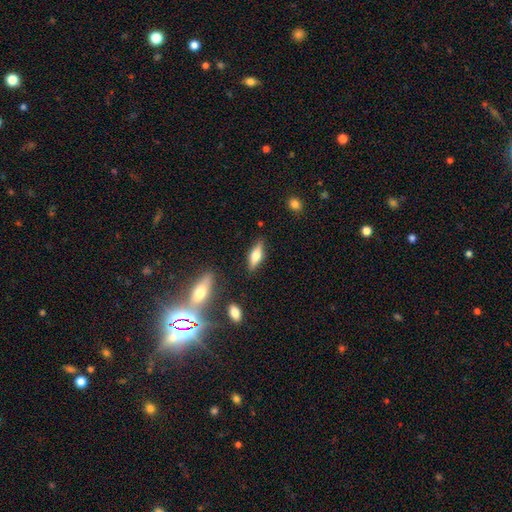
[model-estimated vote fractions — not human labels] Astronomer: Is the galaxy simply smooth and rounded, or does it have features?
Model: smooth — 49% (runner-up: featured or disk, 43%).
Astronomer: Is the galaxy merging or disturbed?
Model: none — 83%.